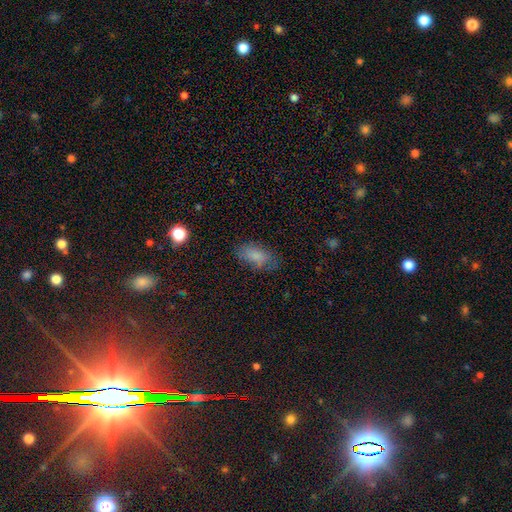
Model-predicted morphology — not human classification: smooth-or-featured: smooth: 80% | featured or disk: 10% | star or artifact: 10%
  how-rounded: in between: 90% | cigar-shaped: 6% | round: 4%
  merging: none: 73% | minor disturbance: 19% | major disturbance: 6% | merger: 2%